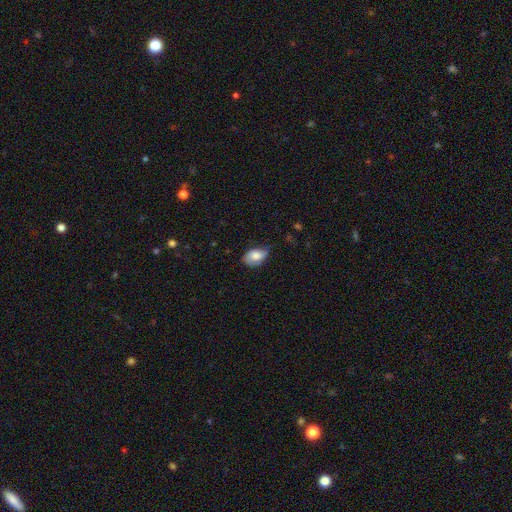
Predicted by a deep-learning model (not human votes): A smooth galaxy with no disk features (65%) that is in between round and cigar-shaped (84%). Merging: none (47%).